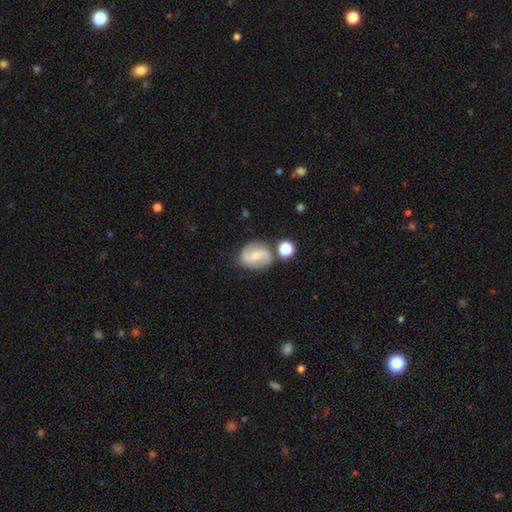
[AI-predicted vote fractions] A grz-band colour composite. It shows a featured or disk galaxy (73%) with a weak bar (43%), 2 (90%) medium (47%) spiral arms (93%) and a small central bulge (51%). Merging: none (71%).